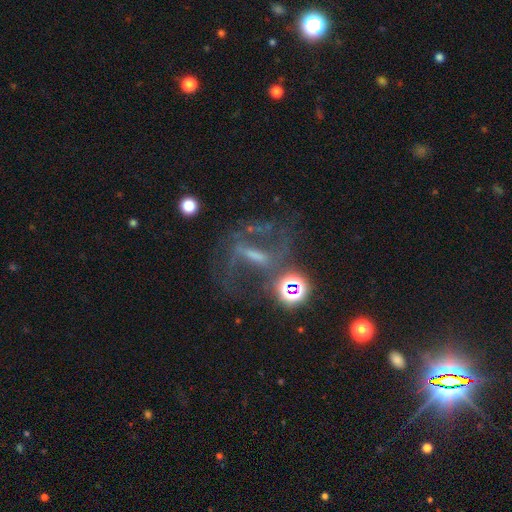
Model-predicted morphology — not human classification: Overall: featured or disk (51%; star or artifact 28%). Edge-on disk: no (84%). Merging: none (43%; major disturbance 31%).